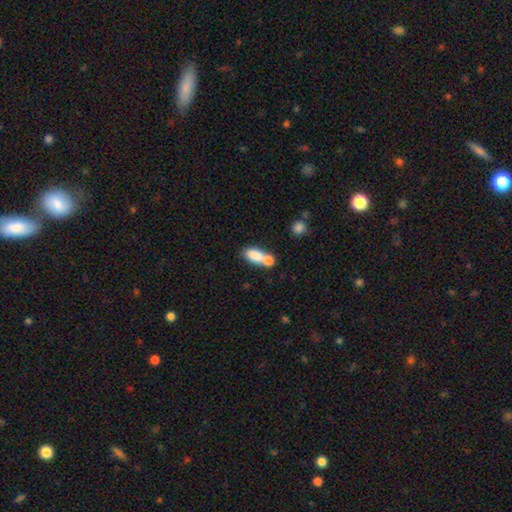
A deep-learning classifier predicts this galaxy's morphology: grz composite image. It shows a smooth galaxy with no disk features (79%) that is in between round and cigar-shaped (82%). Merging: merger (55%).